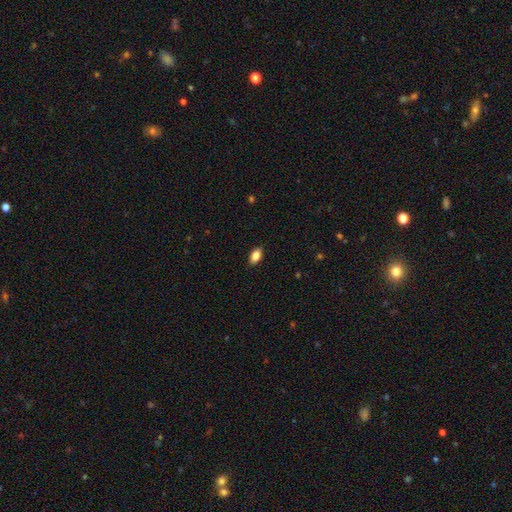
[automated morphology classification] Smooth or featured? Predicted: smooth (p=0.84). How rounded? Predicted: in between (p=0.90). Merging? Predicted: none (p=0.88).